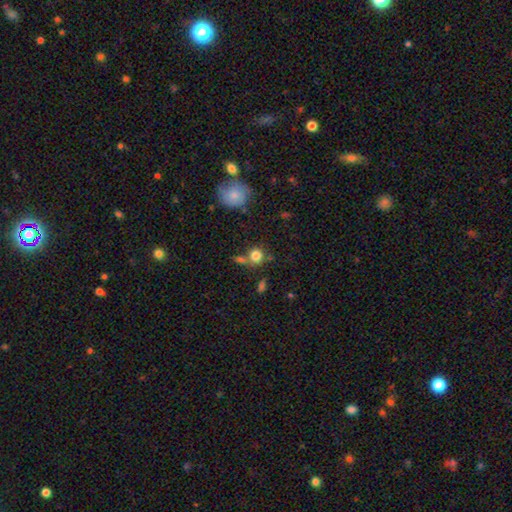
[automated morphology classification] Smooth or featured: smooth — 82% (star or artifact — 11%)
How rounded: round — 87% (in between — 12%)
Merging: none — 62% (merger — 22%)